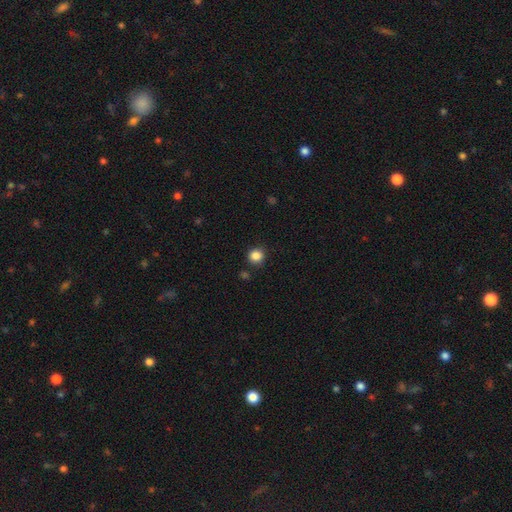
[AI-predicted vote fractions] This is clearly a smooth galaxy (86%). How rounded: clearly round (90%). Merging: clearly none (87%).